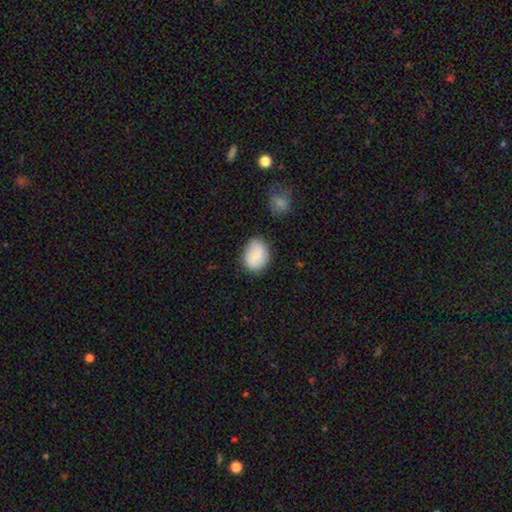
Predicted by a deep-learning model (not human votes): Morphology: type=smooth (79%); roundness=in between (61%); merging=none (78%).